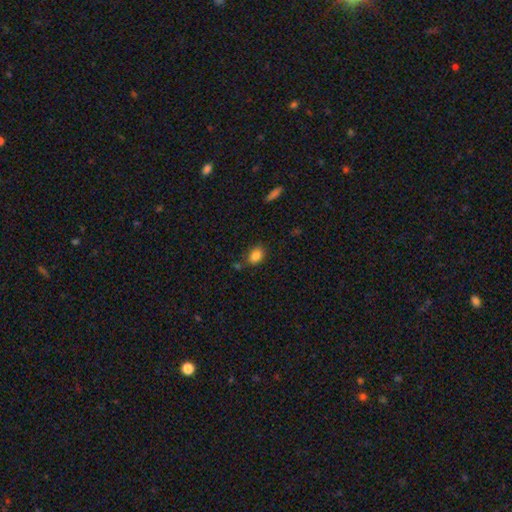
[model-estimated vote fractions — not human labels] Q: Smooth or featured?
A: smooth (85%); runner-up: star or artifact (9%)
Q: How rounded?
A: in between (73%); runner-up: round (26%)
Q: Merging?
A: none (74%); runner-up: minor disturbance (16%)